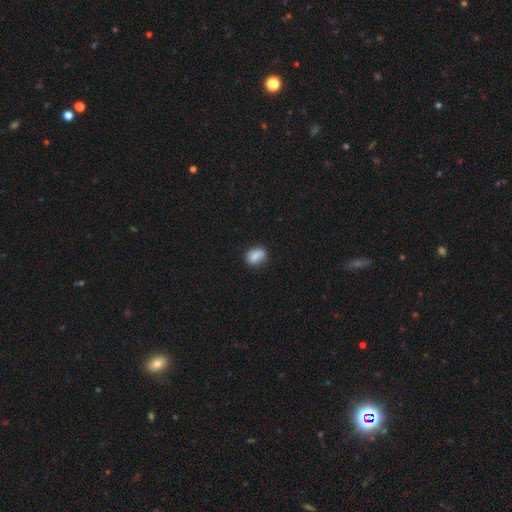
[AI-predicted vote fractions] A smooth galaxy with no disk features (77%) that is in between round and cigar-shaped (70%). Merging: none (75%).